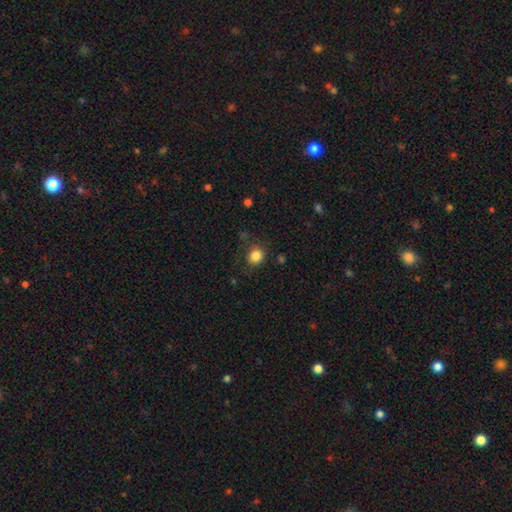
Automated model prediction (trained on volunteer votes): smooth_or_featured: smooth (p=0.84) [alt: star or artifact p=0.11]
how_rounded: round (p=0.82) [alt: in between p=0.17]
merging: none (p=0.79) [alt: minor disturbance p=0.13]